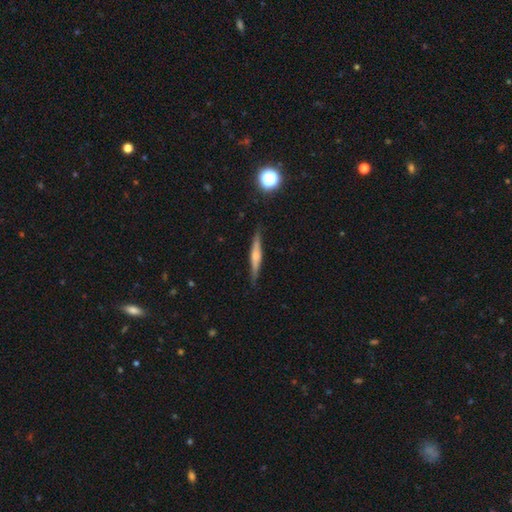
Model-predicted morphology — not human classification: Smooth or featured: featured or disk — 61% (smooth — 32%)
Edge-on disk: yes — 96% (no — 4%)
Edge-on bulge: rounded — 79% (none — 11%)
Merging: none — 87% (minor disturbance — 10%)